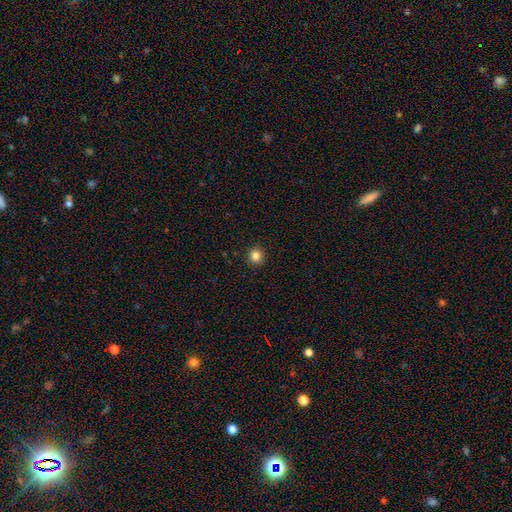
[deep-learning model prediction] Smooth or featured? smooth (84%)
How rounded? round (94%)
Merging? none (93%)